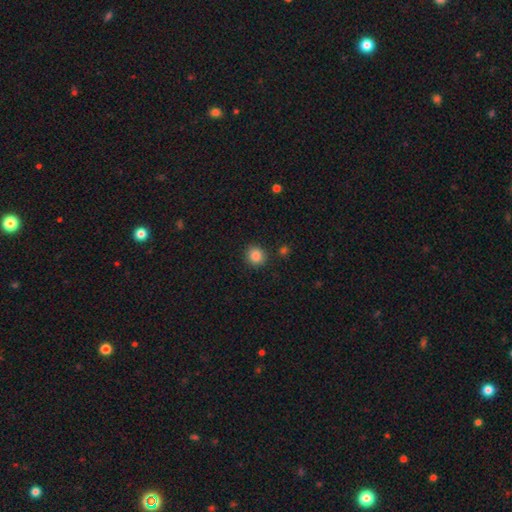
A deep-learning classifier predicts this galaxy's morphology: The model was most divided on "smooth or featured": smooth: 86%, star or artifact: 10%, featured or disk: 3%. More confident: how rounded — round (89%); merging — none (88%).